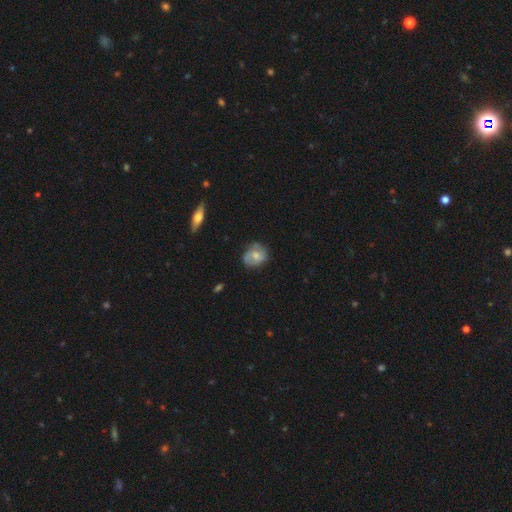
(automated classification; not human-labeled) Smooth or featured?
  - smooth: 51% *
  - featured or disk: 42%
  - star or artifact: 7%
How rounded?
  - round: 62% *
  - in between: 37%
  - cigar-shaped: 1%
Merging?
  - none: 68% *
  - minor disturbance: 25%
  - major disturbance: 6%
  - merger: 2%